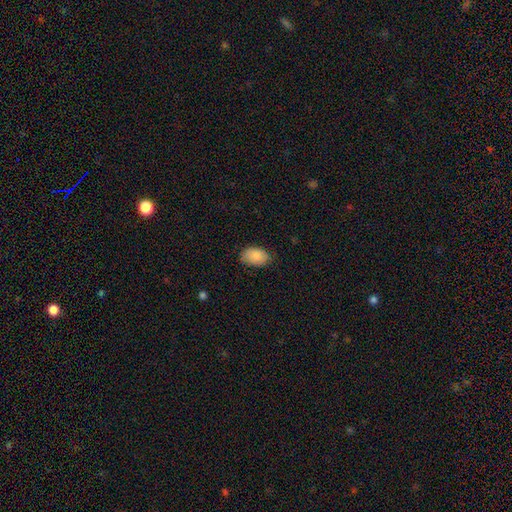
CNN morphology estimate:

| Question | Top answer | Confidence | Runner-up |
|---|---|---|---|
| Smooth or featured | smooth | 85% | featured or disk (8%) |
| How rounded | in between | 88% | round (11%) |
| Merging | none | 78% | minor disturbance (18%) |